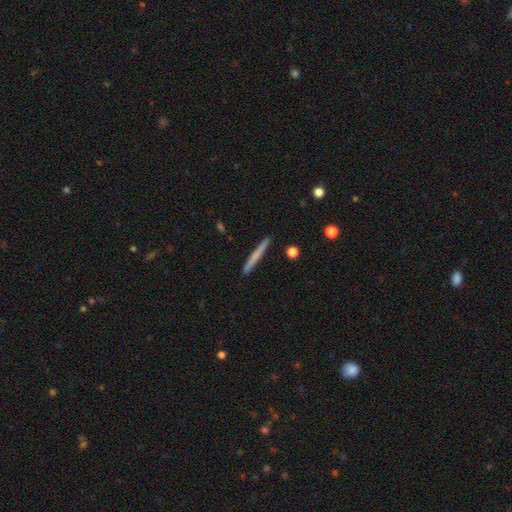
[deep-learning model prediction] Smooth or featured? Predicted: smooth (p=0.60). How rounded? Predicted: cigar-shaped (p=0.97). Merging? Predicted: none (p=0.92).